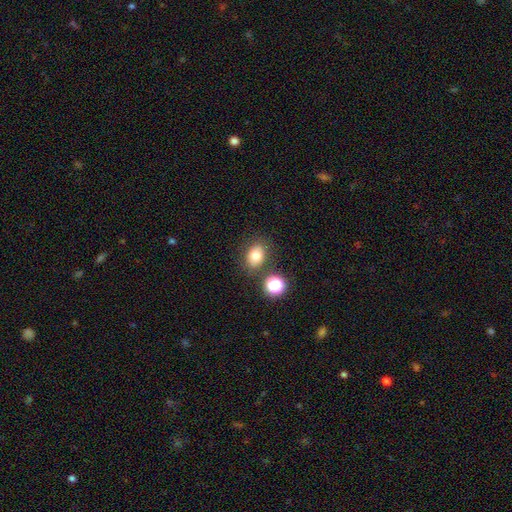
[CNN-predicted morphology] Smooth or featured?
  - smooth: 78% *
  - star or artifact: 13%
  - featured or disk: 9%
How rounded?
  - in between: 61% *
  - round: 37%
  - cigar-shaped: 1%
Merging?
  - none: 76% *
  - minor disturbance: 12%
  - merger: 8%
  - major disturbance: 4%